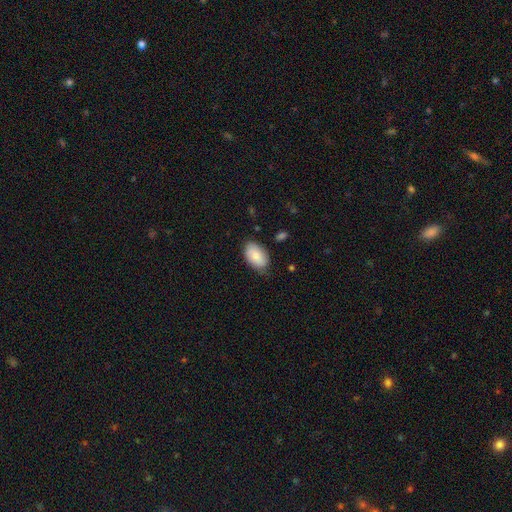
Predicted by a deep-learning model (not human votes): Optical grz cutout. It shows a smooth galaxy with no disk features (82%) that is in between round and cigar-shaped (93%). Merging: none (71%).